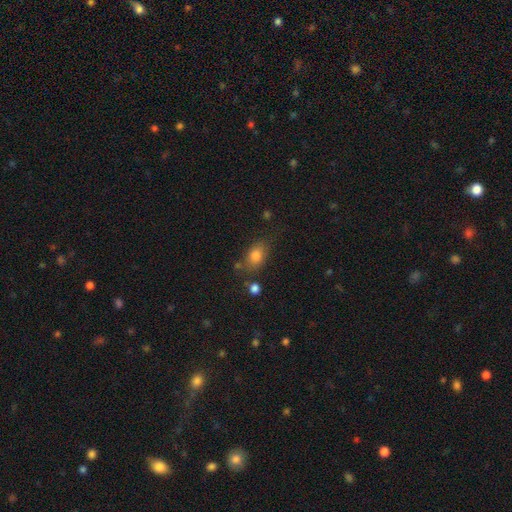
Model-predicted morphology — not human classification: Overall: smooth (80%). How rounded: in between (78%). Merging: none (68%).